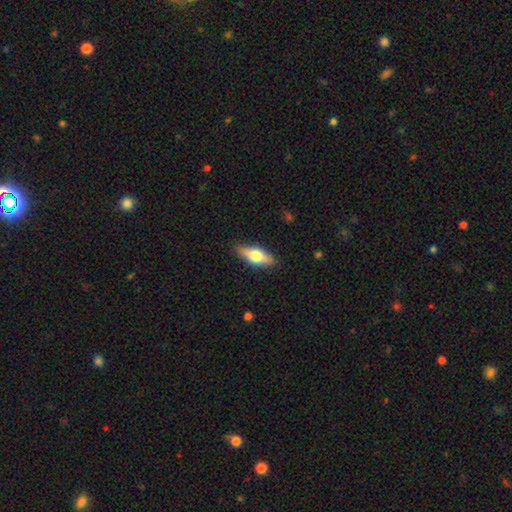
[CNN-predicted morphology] Smooth or featured? smooth (58%)
How rounded? in between (66%)
Merging? none (87%)